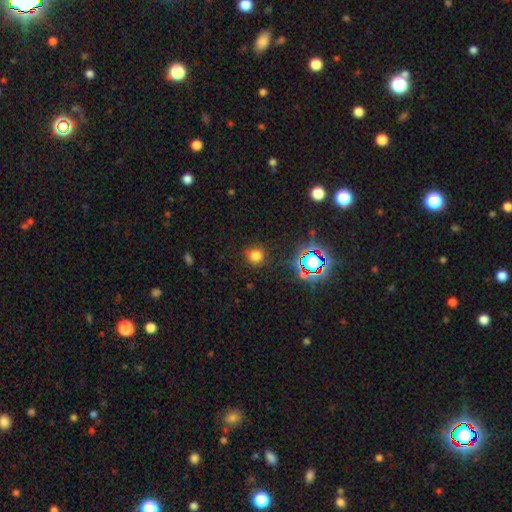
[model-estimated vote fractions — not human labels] This is likely a smooth galaxy (72%). How rounded: clearly round (91%). Merging: clearly none (86%).